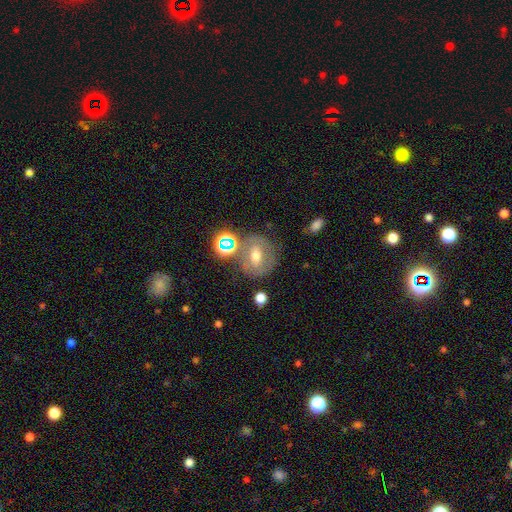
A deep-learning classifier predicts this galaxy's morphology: Q: Smooth or featured?
A: featured or disk (43%); runner-up: smooth (38%)
Q: Merging?
A: none (61%); runner-up: minor disturbance (16%)